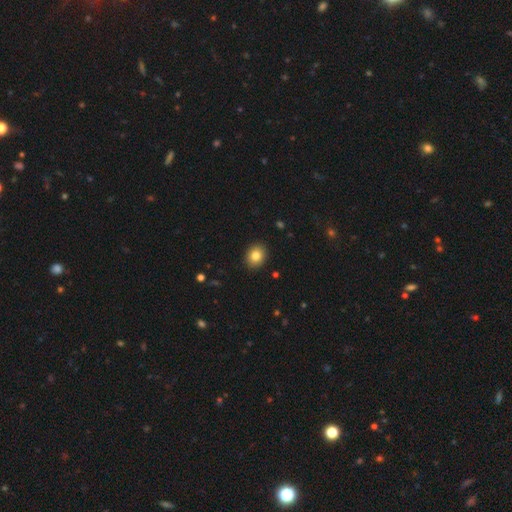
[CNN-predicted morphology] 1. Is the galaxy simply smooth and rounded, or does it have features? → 83% smooth, 10% star or artifact, 7% featured or disk.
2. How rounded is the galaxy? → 59% round, 40% in between, 1% cigar-shaped.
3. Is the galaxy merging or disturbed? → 91% none, 6% minor disturbance, 2% major disturbance, 1% merger.